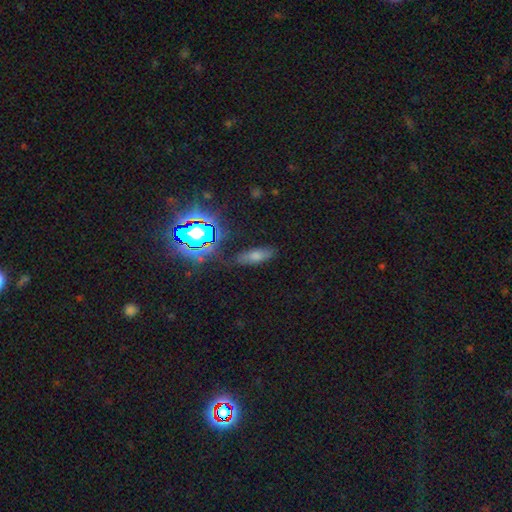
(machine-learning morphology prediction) Smooth or featured?
  - smooth: 50% *
  - star or artifact: 29%
  - featured or disk: 21%
How rounded?
  - in between: 51% *
  - cigar-shaped: 43%
  - round: 6%
Merging?
  - none: 82% *
  - minor disturbance: 12%
  - major disturbance: 4%
  - merger: 2%